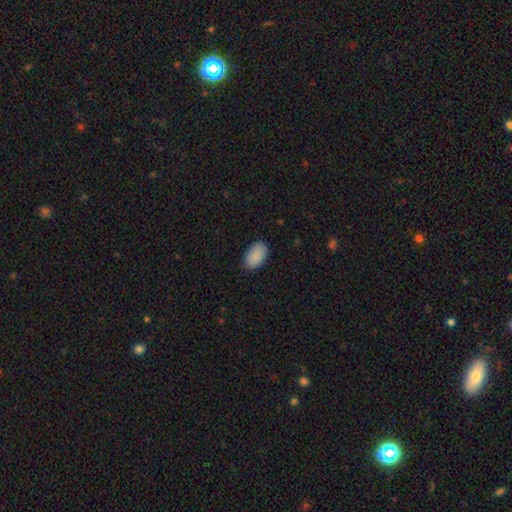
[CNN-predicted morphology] type=smooth (90%); roundness=in between (92%); merging=none (83%).